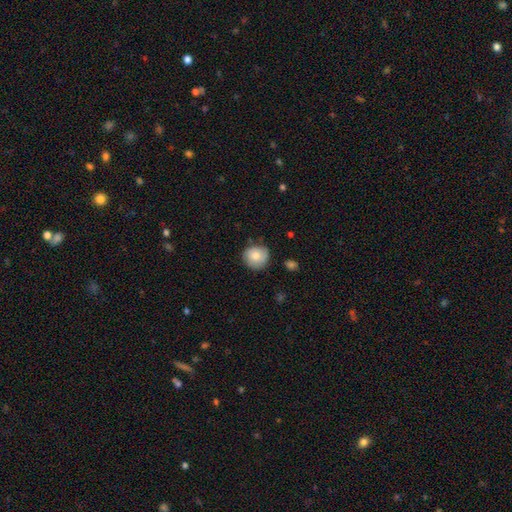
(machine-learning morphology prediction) This appears to be a smooth galaxy with no disk features (78%) that is round (89%). Merging: none (73%).